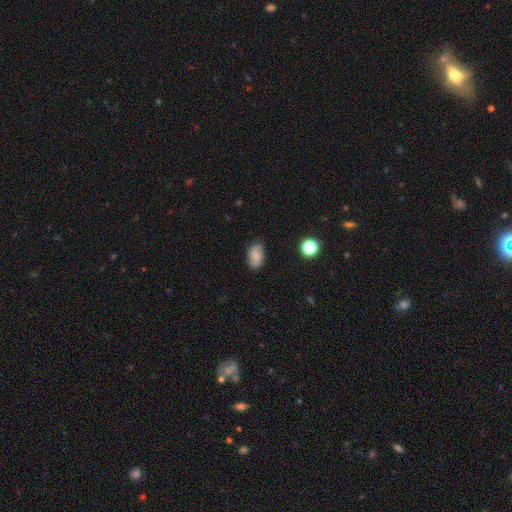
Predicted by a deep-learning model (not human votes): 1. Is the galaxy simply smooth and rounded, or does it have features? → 77% smooth, 14% featured or disk, 9% star or artifact.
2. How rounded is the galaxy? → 91% in between, 8% round, 2% cigar-shaped.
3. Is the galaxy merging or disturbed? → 82% none, 14% minor disturbance, 3% major disturbance, 1% merger.